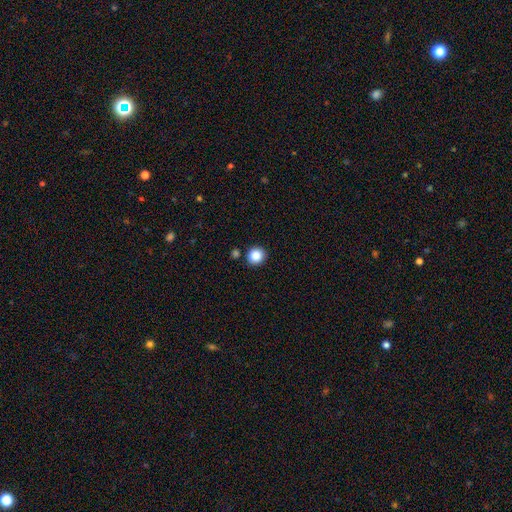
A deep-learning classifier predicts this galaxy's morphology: Q: Smooth or featured?
A: smooth (86%); runner-up: star or artifact (10%)
Q: How rounded?
A: round (90%); runner-up: in between (9%)
Q: Merging?
A: none (87%); runner-up: minor disturbance (7%)